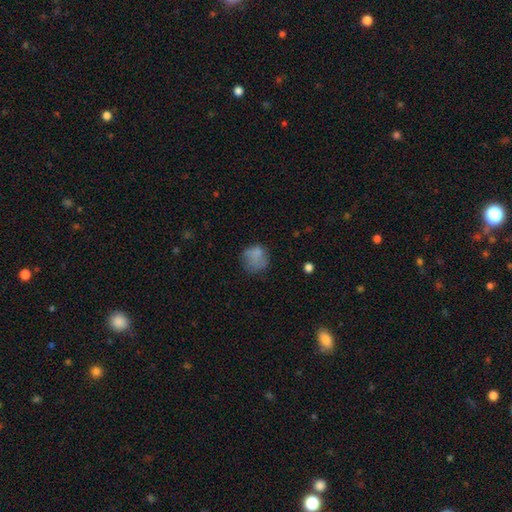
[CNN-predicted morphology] Smooth or featured? Predicted: smooth (p=0.73). How rounded? Predicted: round (p=0.77). Merging? Predicted: none (p=0.56).